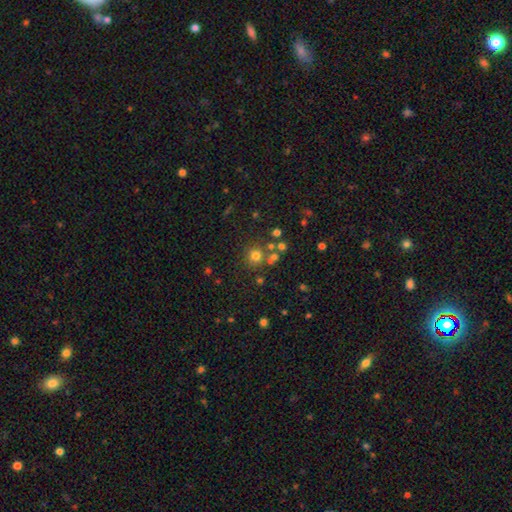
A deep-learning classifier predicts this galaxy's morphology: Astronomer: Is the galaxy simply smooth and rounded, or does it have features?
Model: smooth — 71%.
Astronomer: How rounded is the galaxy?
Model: round — 91%.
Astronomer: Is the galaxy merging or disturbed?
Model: none — 74%.